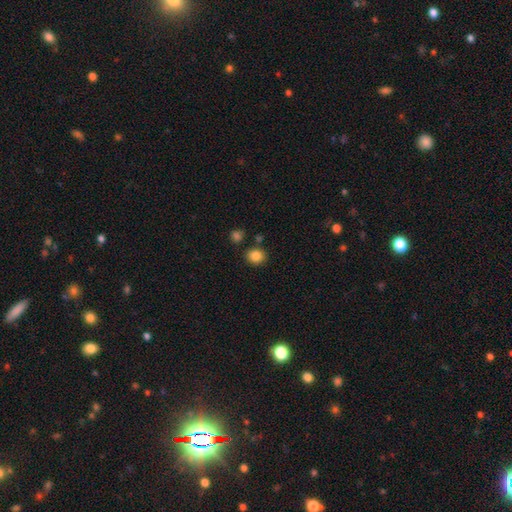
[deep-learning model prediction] Smooth or featured? smooth (85%)
How rounded? round (71%)
Merging? none (83%)